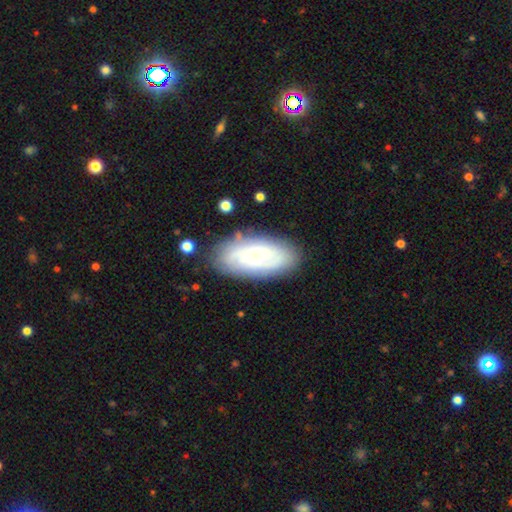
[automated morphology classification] Overall: featured or disk (57%; smooth 36%). Edge-on disk: no (91%). Bar: no (79%). Spiral arms: yes (75%). Bulge size: small (72%). Merging: none (78%).